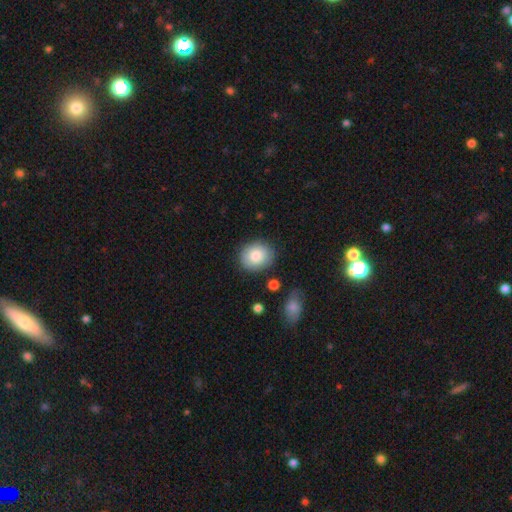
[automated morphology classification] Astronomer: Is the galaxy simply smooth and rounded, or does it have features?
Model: smooth — 84%.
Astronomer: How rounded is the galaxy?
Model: round — 66%.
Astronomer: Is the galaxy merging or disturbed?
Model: none — 84%.